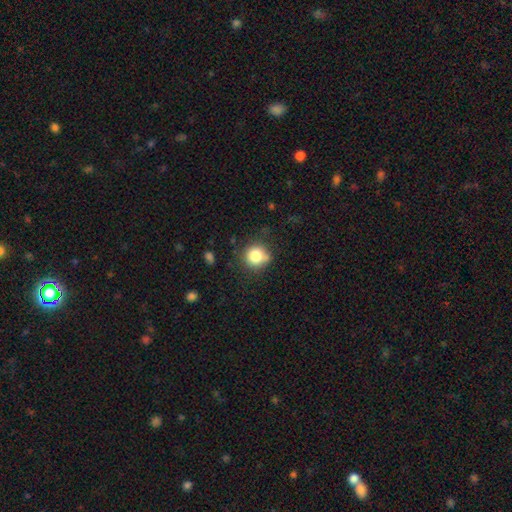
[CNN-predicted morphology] Smooth or featured?
  - smooth: 82% *
  - star or artifact: 11%
  - featured or disk: 7%
How rounded?
  - round: 90% *
  - in between: 9%
  - cigar-shaped: 1%
Merging?
  - none: 72% *
  - minor disturbance: 18%
  - major disturbance: 5%
  - merger: 5%